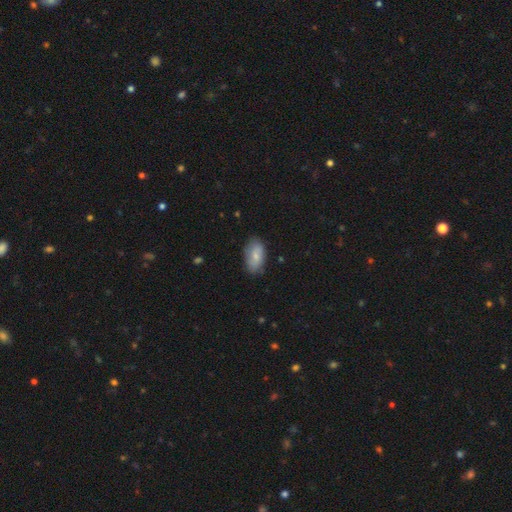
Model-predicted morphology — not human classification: smooth_or_featured: smooth (p=0.73) [alt: featured or disk p=0.20]
how_rounded: in between (p=0.93) [alt: round p=0.04]
merging: none (p=0.78) [alt: minor disturbance p=0.18]